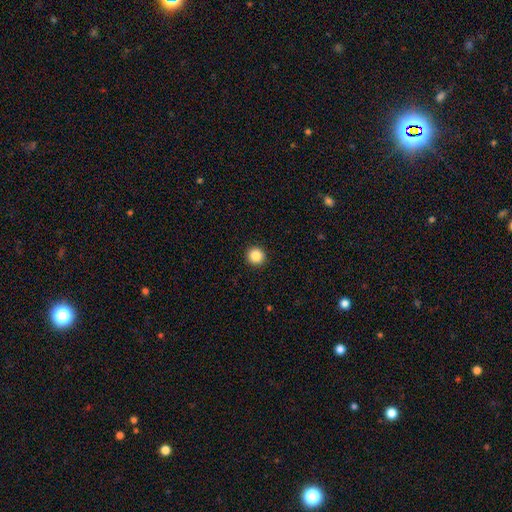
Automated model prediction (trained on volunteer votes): Smooth or featured?
  - smooth: 87% *
  - star or artifact: 10%
  - featured or disk: 3%
How rounded?
  - round: 94% *
  - in between: 5%
  - cigar-shaped: 1%
Merging?
  - none: 93% *
  - minor disturbance: 4%
  - major disturbance: 2%
  - merger: 1%